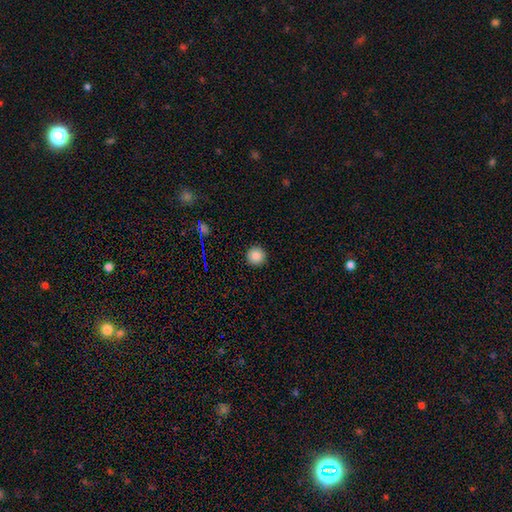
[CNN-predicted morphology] Smooth or featured?
  - smooth: 86% *
  - star or artifact: 11%
  - featured or disk: 3%
How rounded?
  - round: 96% *
  - in between: 3%
  - cigar-shaped: 1%
Merging?
  - none: 93% *
  - minor disturbance: 5%
  - major disturbance: 2%
  - merger: 1%